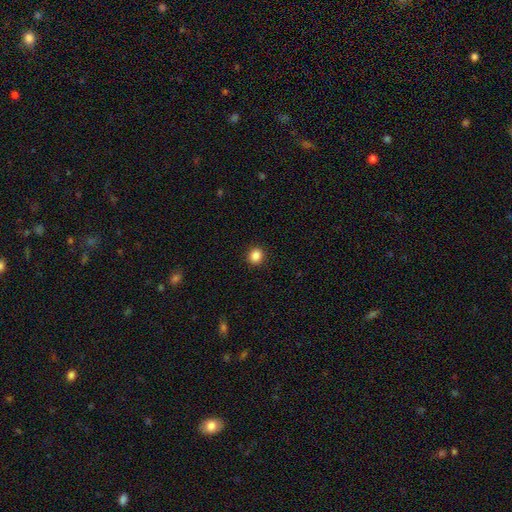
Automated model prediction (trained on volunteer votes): A smooth galaxy with no disk features (87%) that is round (84%).

Vote fractions:
- Smooth or featured? smooth: 87% / star or artifact: 10% / featured or disk: 3%
- How rounded? round: 84% / in between: 15% / cigar-shaped: 1%
- Merging? none: 92% / minor disturbance: 5% / major disturbance: 2% / merger: 1%